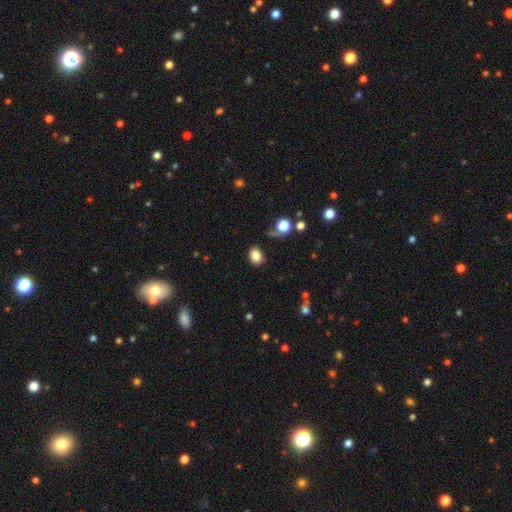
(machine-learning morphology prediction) Smooth or featured? smooth (85%)
How rounded? in between (61%)
Merging? none (75%)